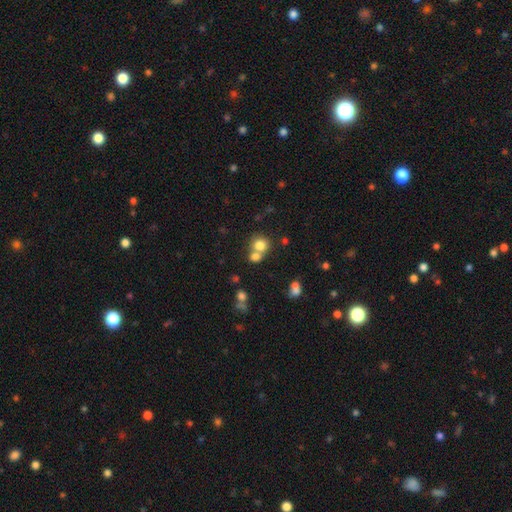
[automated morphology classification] This is likely a smooth galaxy (77%). How rounded: clearly round (81%). Merging: possibly merger (48%).